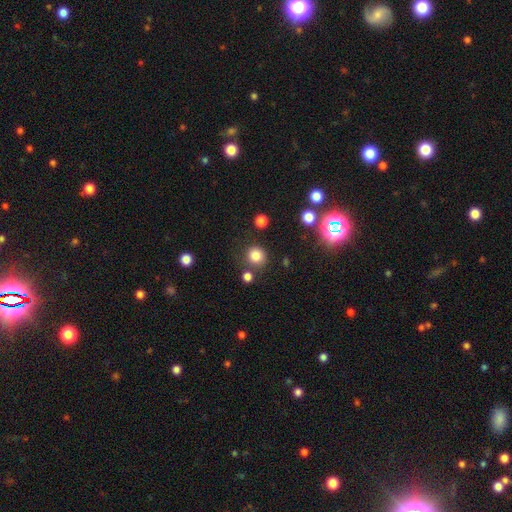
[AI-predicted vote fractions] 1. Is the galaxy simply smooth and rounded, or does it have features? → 81% smooth, 14% star or artifact, 5% featured or disk.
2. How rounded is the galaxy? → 90% round, 9% in between, 1% cigar-shaped.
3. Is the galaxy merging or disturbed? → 79% none, 10% minor disturbance, 7% merger, 4% major disturbance.